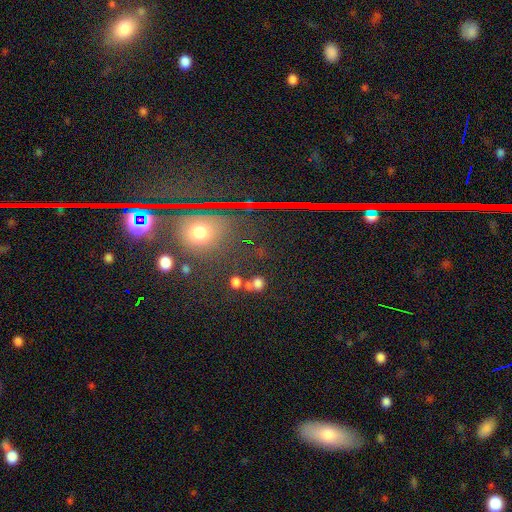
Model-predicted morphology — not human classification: A star or artifact, not a galaxy (62%).